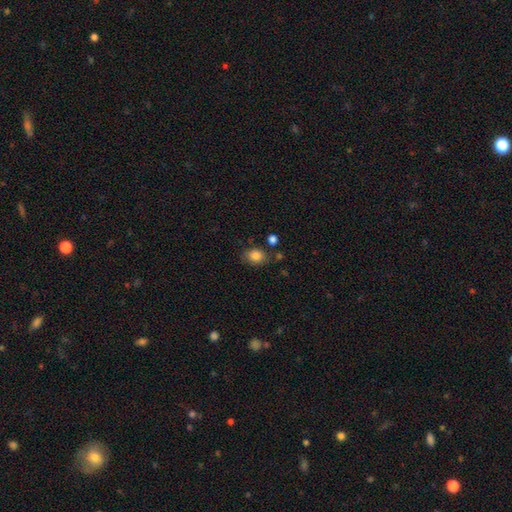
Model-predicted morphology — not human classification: type=smooth (85%); roundness=in between (58%); merging=none (72%).